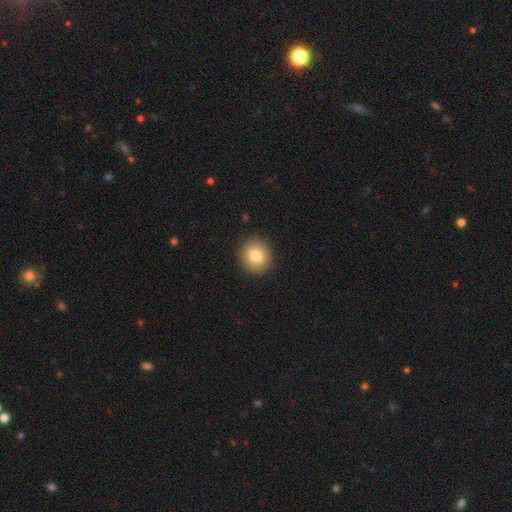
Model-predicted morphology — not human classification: type=smooth (81%); roundness=round (81%); merging=none (90%).